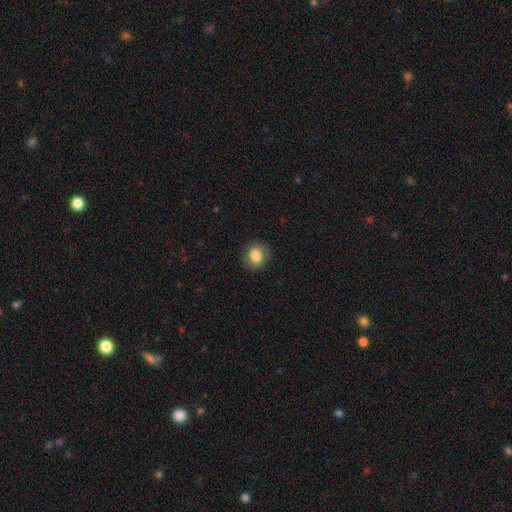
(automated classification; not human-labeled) This appears to be a smooth galaxy with no disk features (82%) that is round (67%). Merging: none (85%).